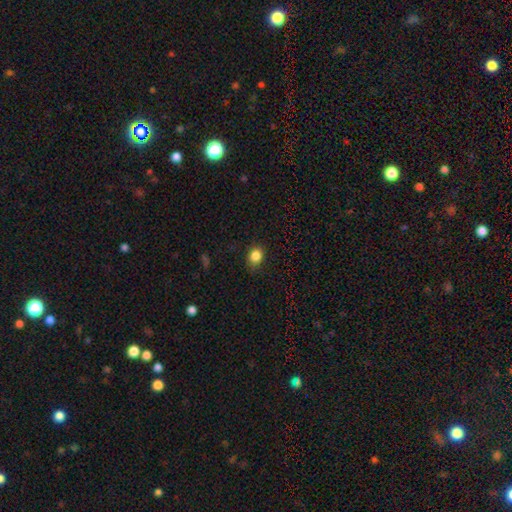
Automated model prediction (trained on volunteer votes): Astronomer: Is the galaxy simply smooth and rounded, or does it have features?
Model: smooth — 84%.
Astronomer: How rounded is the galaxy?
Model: round — 57% (runner-up: in between, 42%).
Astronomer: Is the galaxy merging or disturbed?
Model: none — 78%.